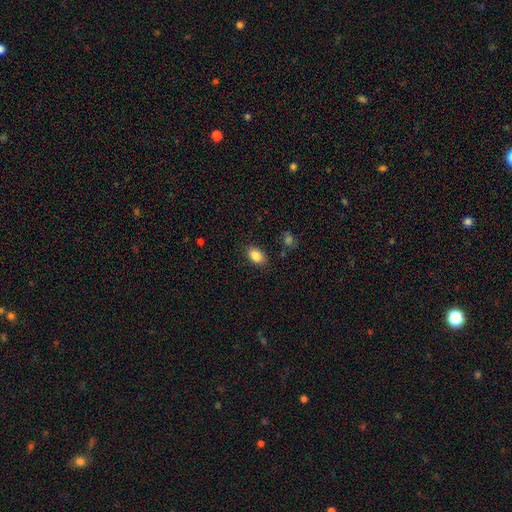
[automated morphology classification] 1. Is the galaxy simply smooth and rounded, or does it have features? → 86% smooth, 9% star or artifact, 6% featured or disk.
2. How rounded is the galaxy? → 84% in between, 14% round, 1% cigar-shaped.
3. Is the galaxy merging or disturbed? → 85% none, 11% minor disturbance, 3% major disturbance, 2% merger.